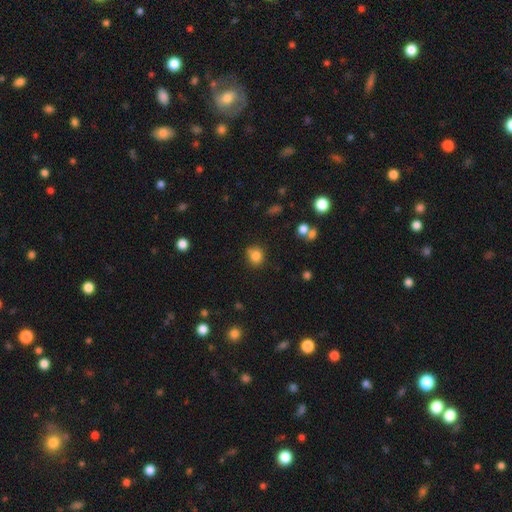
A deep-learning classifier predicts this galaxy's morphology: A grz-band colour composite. It shows a smooth galaxy with no disk features (82%) that is round (77%). Merging: none (72%).